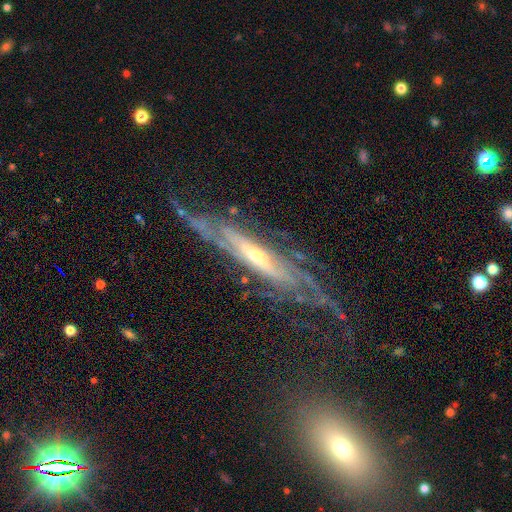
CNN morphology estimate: Overall: featured or disk (86%). Edge-on disk: no (60%; yes 40%). Bar: no (49%; weak 30%). Spiral arms: yes (91%). Bulge size: small (60%; moderate 34%). Merging: none (63%).